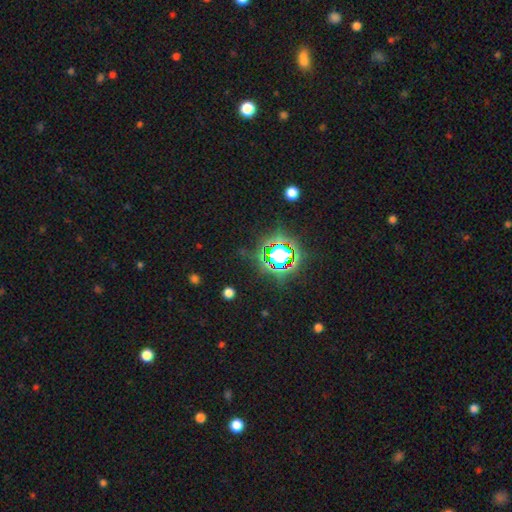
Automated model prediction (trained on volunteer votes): This is likely a star or artifact rather than a galaxy (79%).